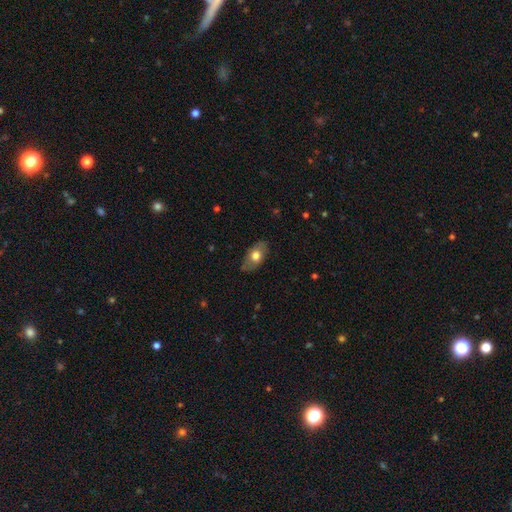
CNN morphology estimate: Overall: smooth (66%; featured or disk 27%). How rounded: in between (90%). Merging: none (77%).